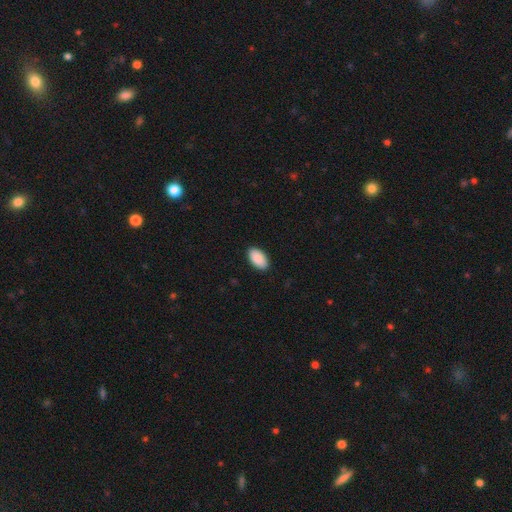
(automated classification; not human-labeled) Overall: smooth (91%). How rounded: in between (96%). Merging: none (90%).